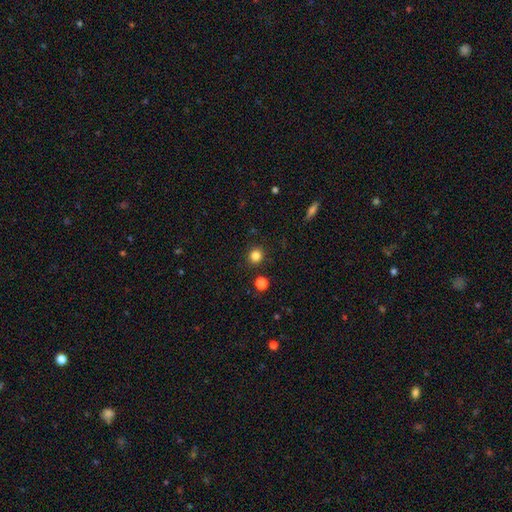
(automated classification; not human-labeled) Smooth or featured?
  - smooth: 83% *
  - star or artifact: 12%
  - featured or disk: 4%
How rounded?
  - round: 90% *
  - in between: 9%
  - cigar-shaped: 1%
Merging?
  - none: 90% *
  - minor disturbance: 6%
  - merger: 3%
  - major disturbance: 2%